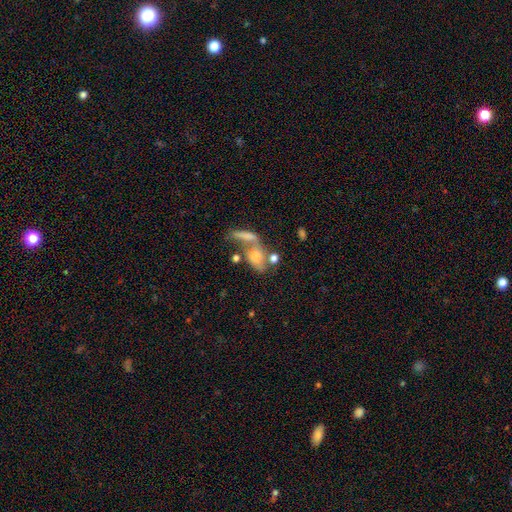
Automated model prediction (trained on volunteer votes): Q: Smooth or featured?
A: smooth (48%); runner-up: featured or disk (36%)
Q: Merging?
A: merger (47%); runner-up: none (27%)